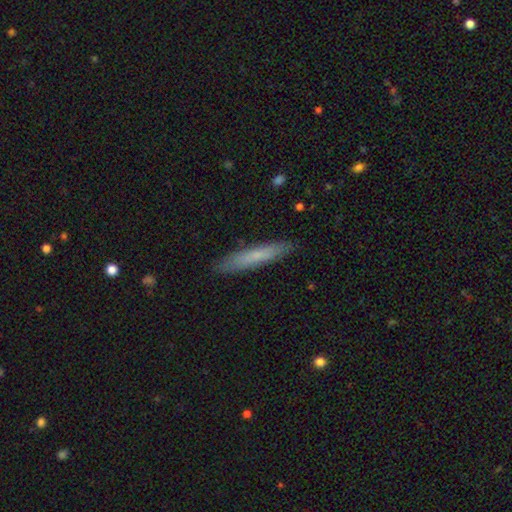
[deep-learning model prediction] Smooth or featured? Predicted: smooth (p=0.68). How rounded? Predicted: cigar-shaped (p=0.92). Merging? Predicted: none (p=0.89).